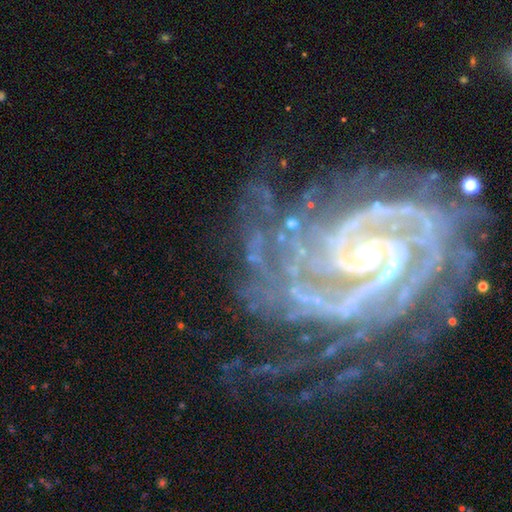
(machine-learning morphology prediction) smooth-or-featured: featured or disk: 77% | star or artifact: 15% | smooth: 8%
  disk-edge-on: no: 96% | yes: 4%
    bar: no: 54% | weak: 27% | strong: 19%
    has-spiral-arms: yes: 86% | no: 14%
      spiral-winding: tight: 54% | medium: 31% | loose: 15%
      spiral-arm-count: can't tell: 31% | 2: 21% | 3: 15% | more than 4: 12% | 4: 11% | 1: 10%
    bulge-size: small: 54% | moderate: 27% | none: 13% | large: 4% | dominant: 2%
  merging: none: 51% | major disturbance: 24% | minor disturbance: 18% | merger: 7%